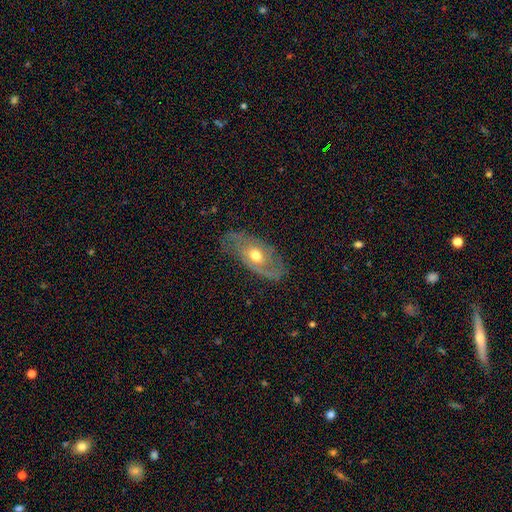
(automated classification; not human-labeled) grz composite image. It shows a featured or disk galaxy (67%) with no bar (75%), spiral arms (71%) and a moderate central bulge (74%). Merging: none (67%).